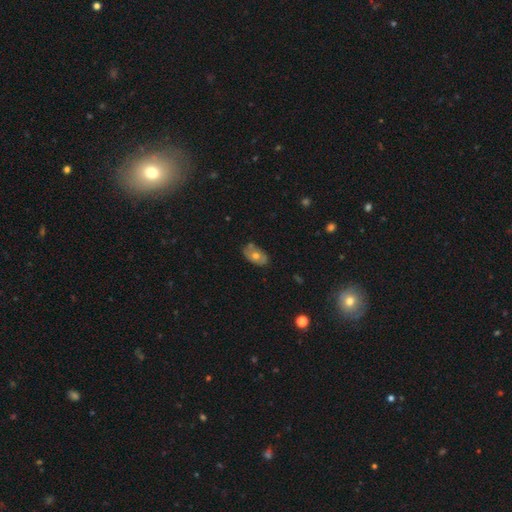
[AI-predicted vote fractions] This is possibly a smooth galaxy (55%). How rounded: clearly in between (90%). Merging: likely none (73%).